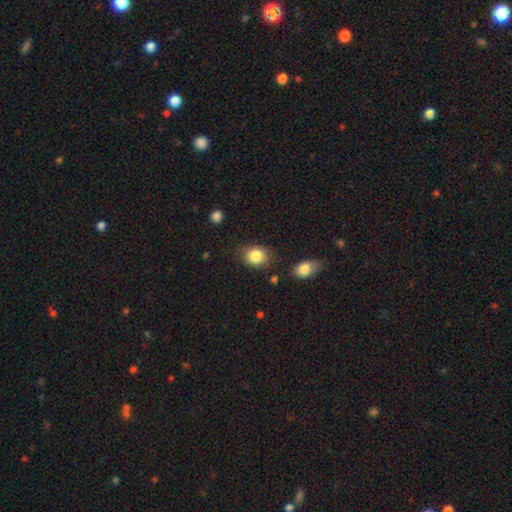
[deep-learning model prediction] smooth_or_featured: smooth (p=0.86) [alt: star or artifact p=0.09]
how_rounded: round (p=0.64) [alt: in between p=0.35]
merging: none (p=0.79) [alt: minor disturbance p=0.14]